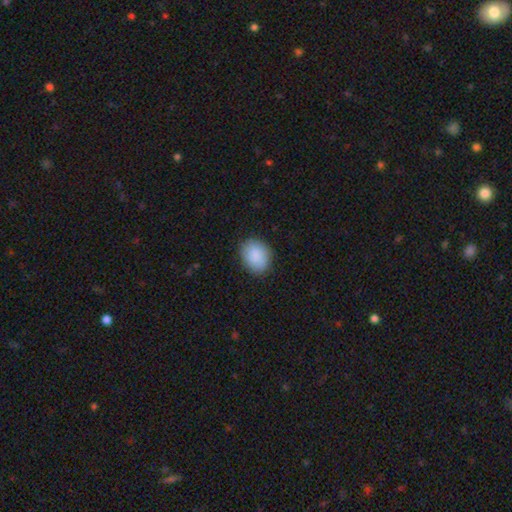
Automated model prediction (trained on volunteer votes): This is clearly a smooth galaxy (88%). How rounded: possibly in between (59%). Merging: clearly none (85%).